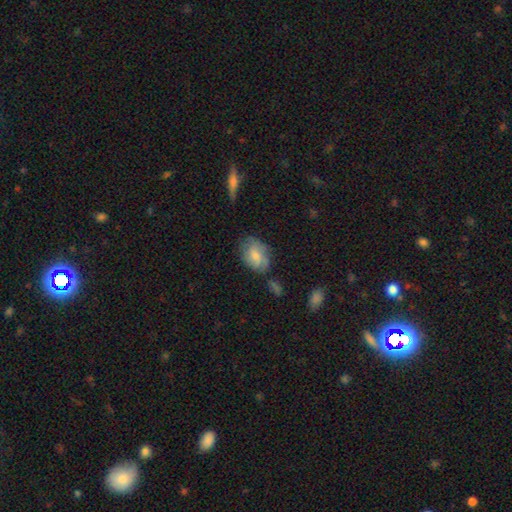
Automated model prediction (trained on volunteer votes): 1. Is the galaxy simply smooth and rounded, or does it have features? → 65% smooth, 28% featured or disk, 7% star or artifact.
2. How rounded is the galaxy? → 80% in between, 18% round, 2% cigar-shaped.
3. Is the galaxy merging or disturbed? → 59% none, 28% minor disturbance, 9% major disturbance, 5% merger.